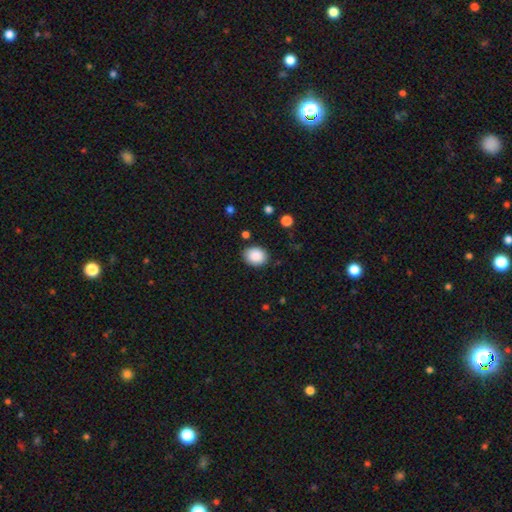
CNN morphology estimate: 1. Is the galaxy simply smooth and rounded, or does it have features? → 89% smooth, 8% star or artifact, 4% featured or disk.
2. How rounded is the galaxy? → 53% in between, 46% round, 1% cigar-shaped.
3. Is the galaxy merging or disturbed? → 85% none, 11% minor disturbance, 3% major disturbance, 2% merger.